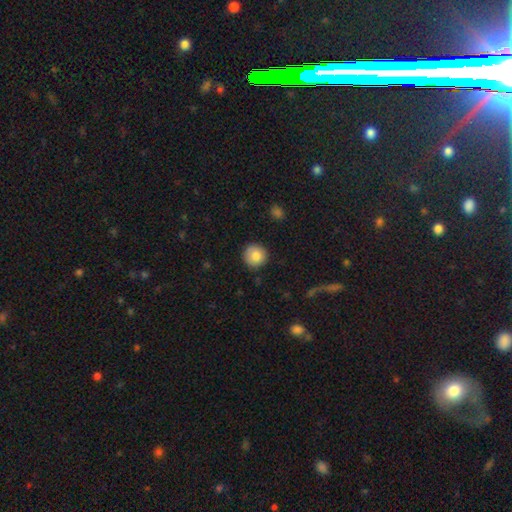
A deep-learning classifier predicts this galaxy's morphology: Q: Smooth or featured?
A: smooth (83%); runner-up: star or artifact (8%)
Q: How rounded?
A: round (94%); runner-up: in between (5%)
Q: Merging?
A: none (89%); runner-up: minor disturbance (8%)